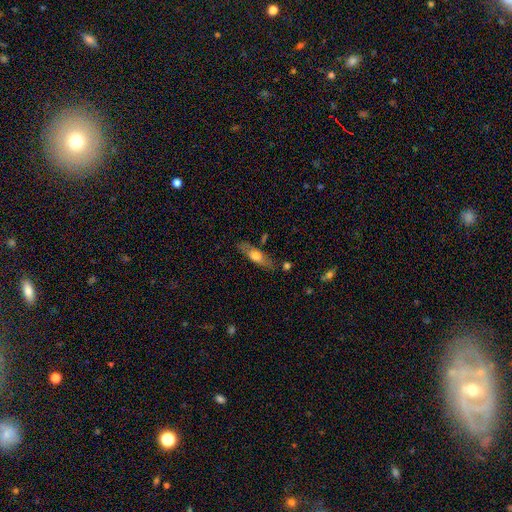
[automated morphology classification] Smooth or featured: smooth — 56% (featured or disk — 38%)
How rounded: in between — 50% (cigar-shaped — 47%)
Merging: none — 76% (minor disturbance — 16%)